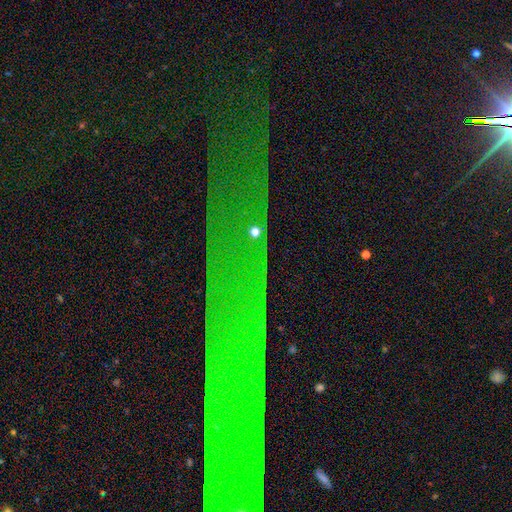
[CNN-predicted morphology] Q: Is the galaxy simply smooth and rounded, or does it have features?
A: star or artifact — 80%.